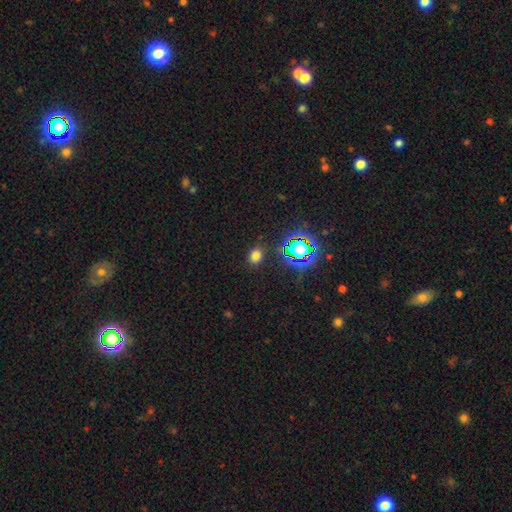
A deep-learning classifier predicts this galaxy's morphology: smooth-or-featured: smooth: 71% | star or artifact: 24% | featured or disk: 5%
  how-rounded: in between: 51% | round: 47% | cigar-shaped: 1%
  merging: none: 86% | minor disturbance: 9% | major disturbance: 3% | merger: 2%